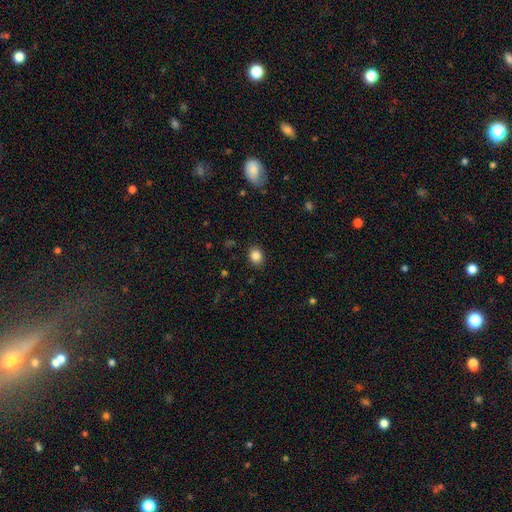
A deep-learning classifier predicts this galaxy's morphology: Smooth or featured: smooth — 85% (star or artifact — 10%)
How rounded: in between — 50% (round — 49%)
Merging: none — 88% (minor disturbance — 9%)